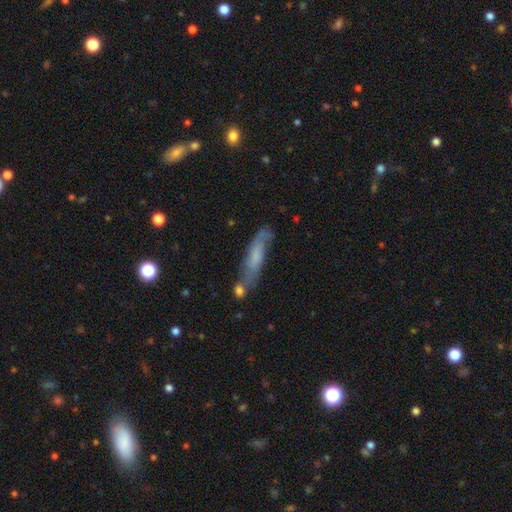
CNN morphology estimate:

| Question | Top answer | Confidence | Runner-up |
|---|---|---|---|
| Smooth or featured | featured or disk | 50% | smooth (42%) |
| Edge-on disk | no | 60% | yes (40%) |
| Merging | none | 56% | minor disturbance (24%) |